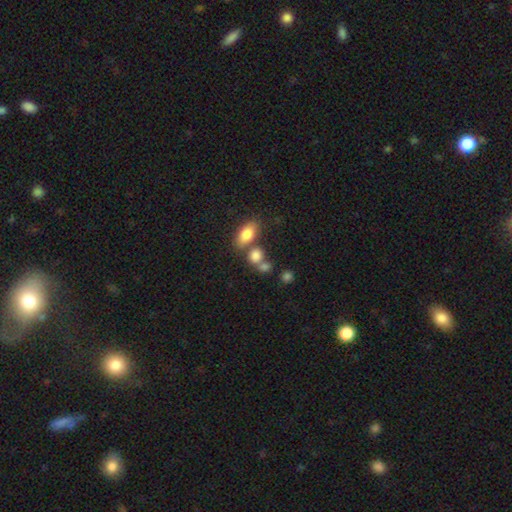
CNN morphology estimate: Overall: smooth (80%). How rounded: in between (50%; round 47%). Merging: none (48%; merger 36%).